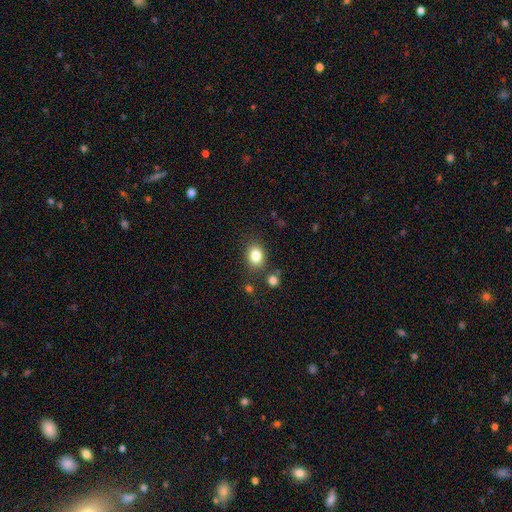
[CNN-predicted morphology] Smooth or featured? Predicted: smooth (p=0.83). How rounded? Predicted: in between (p=0.56). Merging? Predicted: none (p=0.80).